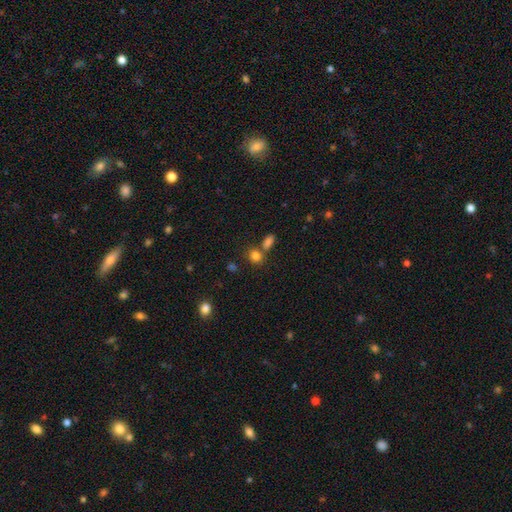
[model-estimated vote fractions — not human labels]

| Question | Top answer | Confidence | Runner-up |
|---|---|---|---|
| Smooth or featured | smooth | 81% | star or artifact (13%) |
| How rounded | round | 61% | in between (38%) |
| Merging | none | 60% | merger (26%) |